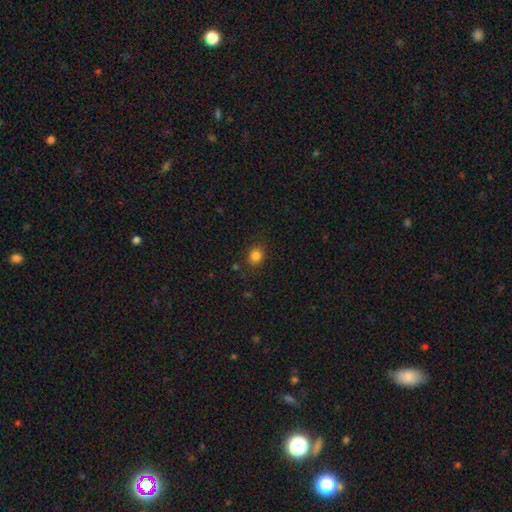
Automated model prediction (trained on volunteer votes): Smooth or featured? smooth (83%)
How rounded? round (68%)
Merging? none (83%)